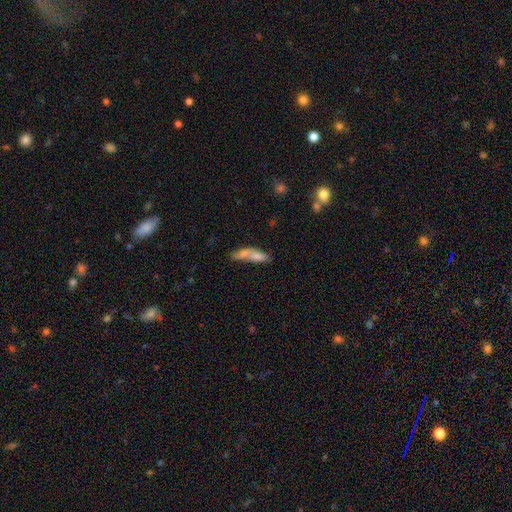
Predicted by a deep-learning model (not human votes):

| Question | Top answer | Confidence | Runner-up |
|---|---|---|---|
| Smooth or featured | smooth | 69% | featured or disk (22%) |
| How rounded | in between | 49% | cigar-shaped (48%) |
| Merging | merger | 48% | none (28%) |